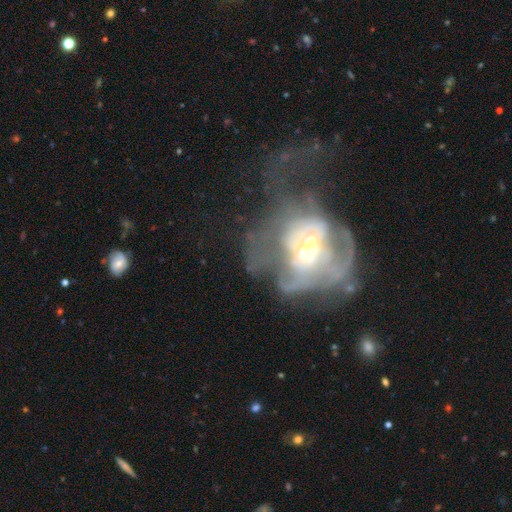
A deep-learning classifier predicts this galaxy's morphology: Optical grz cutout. It shows a featured or disk galaxy (72%) with no bar (50%), spiral arms (51%) and a moderate central bulge (57%). Merging: major disturbance (59%).